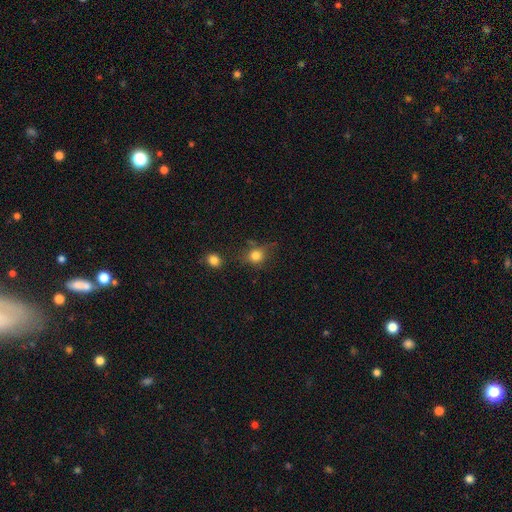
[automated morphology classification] Smooth or featured? Predicted: smooth (p=0.78). How rounded? Predicted: round (p=0.78). Merging? Predicted: none (p=0.64).